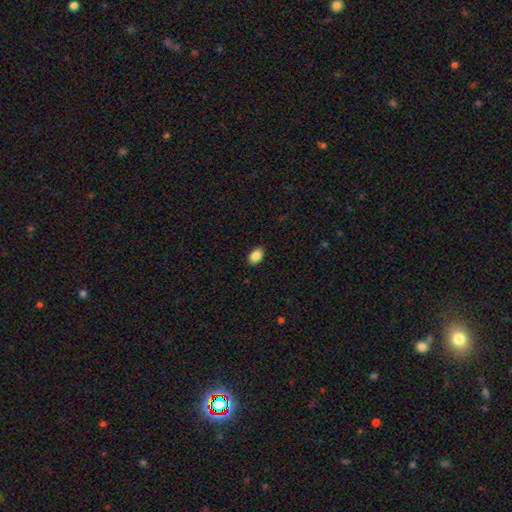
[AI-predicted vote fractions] A smooth galaxy with no disk features (86%) that is in between round and cigar-shaped (82%). Merging: none (88%).